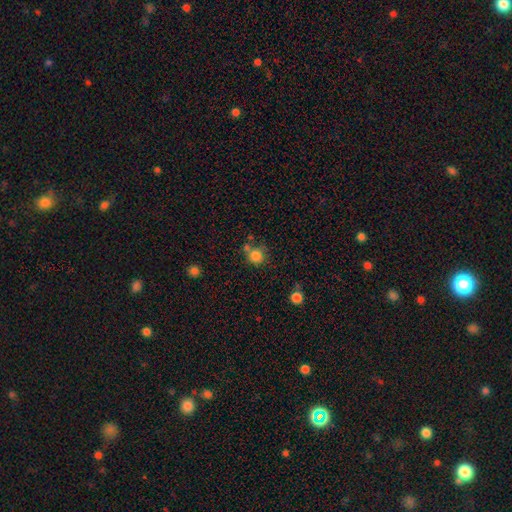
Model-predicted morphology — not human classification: Q: Smooth or featured?
A: smooth (81%); runner-up: star or artifact (12%)
Q: How rounded?
A: round (89%); runner-up: in between (10%)
Q: Merging?
A: none (60%); runner-up: merger (21%)